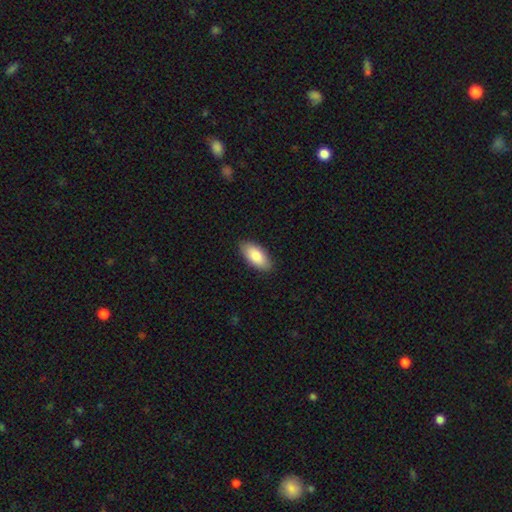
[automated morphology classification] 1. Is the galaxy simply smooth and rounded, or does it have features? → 84% smooth, 10% featured or disk, 6% star or artifact.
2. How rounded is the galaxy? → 91% in between, 7% cigar-shaped, 2% round.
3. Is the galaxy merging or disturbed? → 87% none, 10% minor disturbance, 2% major disturbance, 1% merger.